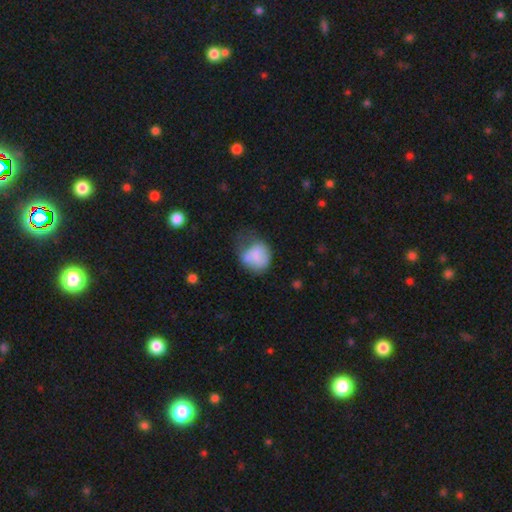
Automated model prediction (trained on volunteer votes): Morphology: type=smooth (74%); roundness=round (63%); merging=minor disturbance (34%).